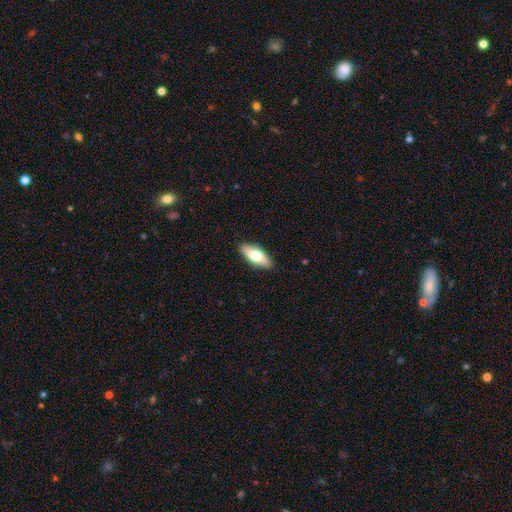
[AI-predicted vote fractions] This is likely a smooth galaxy (66%). How rounded: likely in between (77%). Merging: clearly none (89%).